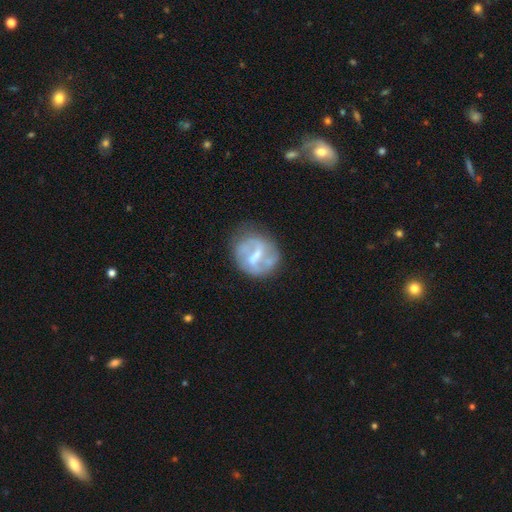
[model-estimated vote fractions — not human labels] This is likely a featured or disk galaxy (68%). It is clearly not viewed edge-on (97%). Bar: marginally strong (43%). Spiral arm pattern: possibly yes (57%). Central bulge: marginally small (35%). Merging: possibly none (59%).